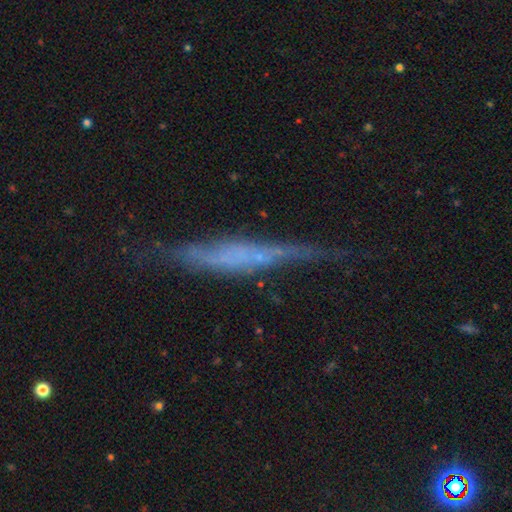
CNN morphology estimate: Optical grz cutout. It shows a featured or disk galaxy (59%) viewed edge-on (80%). Merging: none (55%).